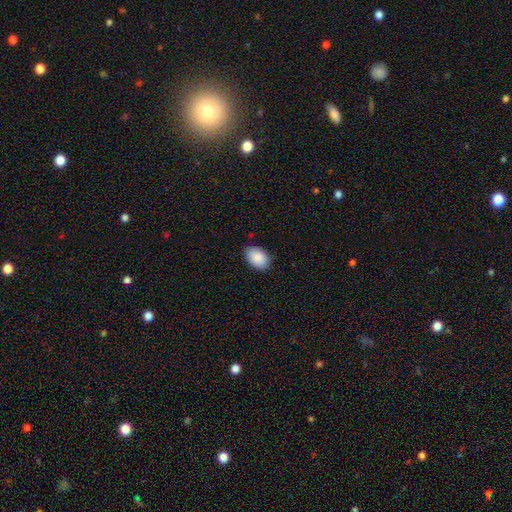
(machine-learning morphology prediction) Smooth or featured: smooth — 90% (star or artifact — 6%)
How rounded: in between — 88% (round — 11%)
Merging: none — 85% (minor disturbance — 12%)